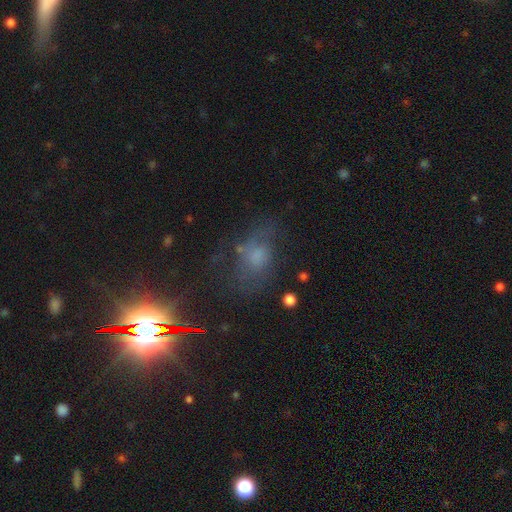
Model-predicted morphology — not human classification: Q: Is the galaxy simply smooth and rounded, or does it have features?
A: smooth — 45%.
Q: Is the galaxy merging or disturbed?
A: none — 53%.